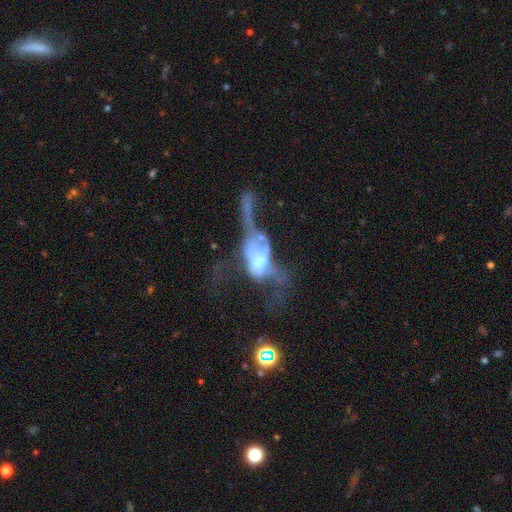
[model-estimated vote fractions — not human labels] Smooth or featured?
  - featured or disk: 64% *
  - smooth: 22%
  - star or artifact: 14%
Edge-on disk?
  - no: 82% *
  - yes: 18%
Bar?
  - no: 77% *
  - weak: 16%
  - strong: 7%
Spiral arms?
  - no: 79% *
  - yes: 21%
Bulge size?
  - moderate: 40% *
  - small: 20%
  - large: 18%
  - none: 17%
  - dominant: 5%
Merging?
  - major disturbance: 43% *
  - merger: 39%
  - none: 11%
  - minor disturbance: 7%